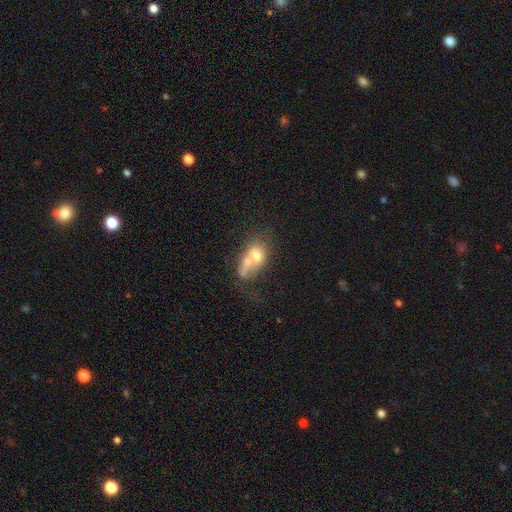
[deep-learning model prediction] The model was most divided on "how rounded": in between: 57%, round: 40%, cigar-shaped: 3%. More confident: merging — merger (67%); smooth or featured — smooth (59%).